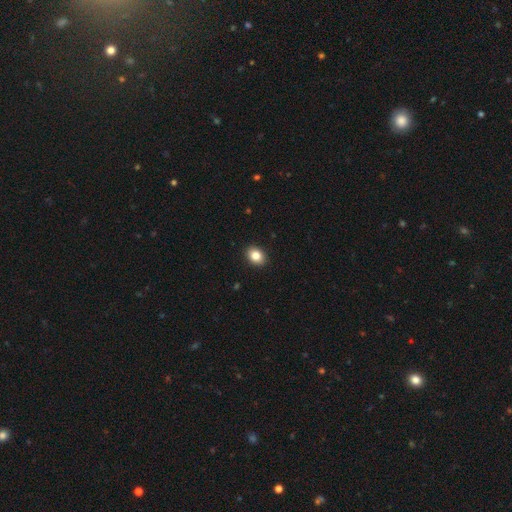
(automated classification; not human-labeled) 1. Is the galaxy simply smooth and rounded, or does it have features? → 85% smooth, 9% star or artifact, 6% featured or disk.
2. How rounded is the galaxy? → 60% in between, 39% round, 1% cigar-shaped.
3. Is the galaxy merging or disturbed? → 92% none, 6% minor disturbance, 2% major disturbance, 1% merger.